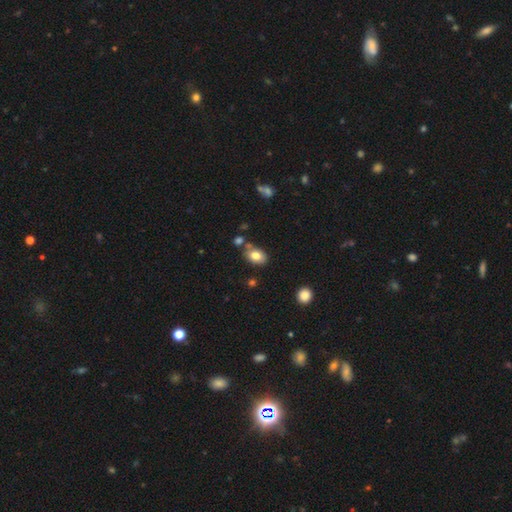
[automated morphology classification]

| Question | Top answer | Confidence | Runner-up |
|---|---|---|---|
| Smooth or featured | smooth | 80% | featured or disk (12%) |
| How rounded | in between | 78% | round (21%) |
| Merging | none | 70% | minor disturbance (14%) |